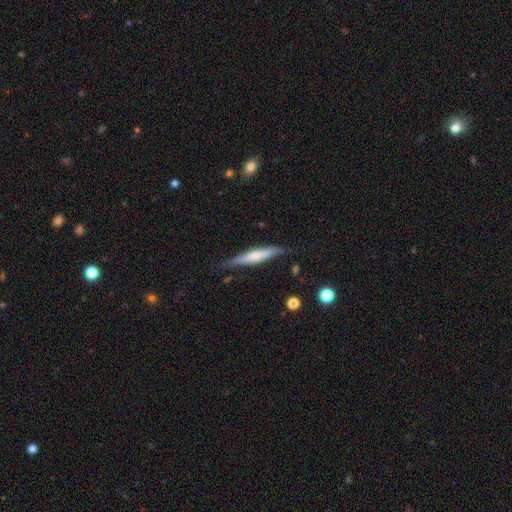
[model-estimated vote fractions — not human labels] Smooth or featured?
  - featured or disk: 50% *
  - smooth: 44%
  - star or artifact: 6%
Edge-on disk?
  - yes: 95% *
  - no: 5%
Merging?
  - none: 79% *
  - minor disturbance: 15%
  - major disturbance: 3%
  - merger: 2%